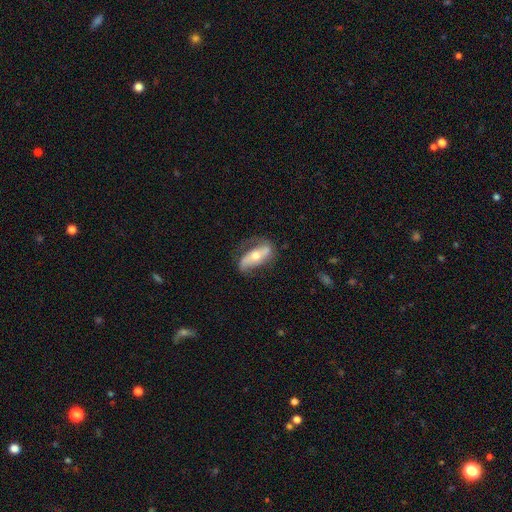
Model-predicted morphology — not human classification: Smooth or featured?
  - featured or disk: 69% *
  - smooth: 26%
  - star or artifact: 6%
Edge-on disk?
  - no: 83% *
  - yes: 17%
Bar?
  - no: 40% *
  - strong: 39%
  - weak: 21%
Spiral arms?
  - yes: 79% *
  - no: 21%
Bulge size?
  - moderate: 63% *
  - small: 31%
  - large: 4%
  - none: 1%
  - dominant: 1%
Merging?
  - none: 63% *
  - minor disturbance: 23%
  - major disturbance: 12%
  - merger: 2%